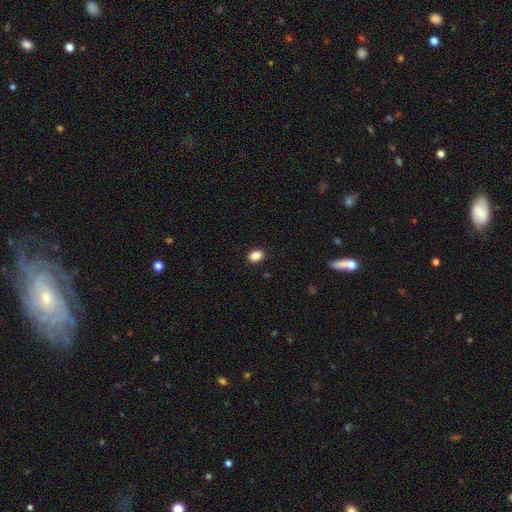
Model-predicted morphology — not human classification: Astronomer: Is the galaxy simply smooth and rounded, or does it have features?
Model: smooth — 87%.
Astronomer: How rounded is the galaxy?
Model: in between — 65%.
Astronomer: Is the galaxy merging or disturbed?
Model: none — 91%.